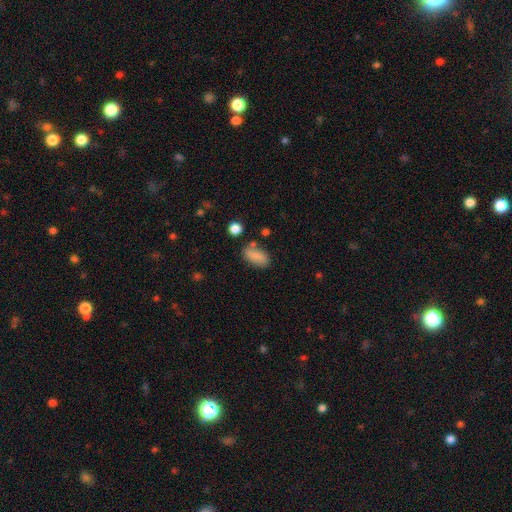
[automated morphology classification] Smooth or featured?
  - smooth: 81% *
  - featured or disk: 10%
  - star or artifact: 9%
How rounded?
  - in between: 88% *
  - cigar-shaped: 7%
  - round: 5%
Merging?
  - none: 68% *
  - minor disturbance: 18%
  - merger: 9%
  - major disturbance: 5%